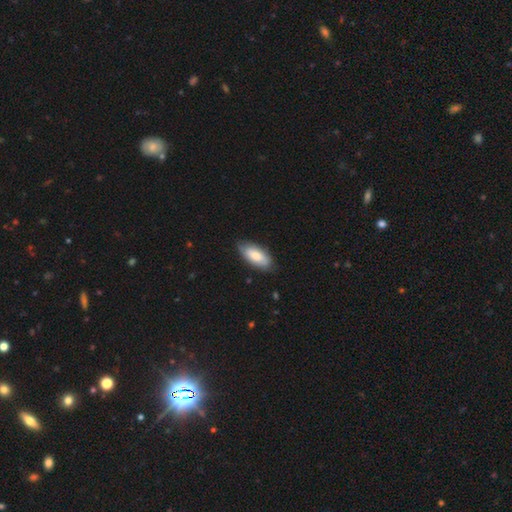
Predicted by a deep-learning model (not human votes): A smooth galaxy with no disk features (79%) that is in between round and cigar-shaped (87%).

Vote fractions:
- Smooth or featured? smooth: 79% / featured or disk: 15% / star or artifact: 5%
- How rounded? in between: 87% / cigar-shaped: 11% / round: 2%
- Merging? none: 79% / minor disturbance: 17% / major disturbance: 3% / merger: 1%